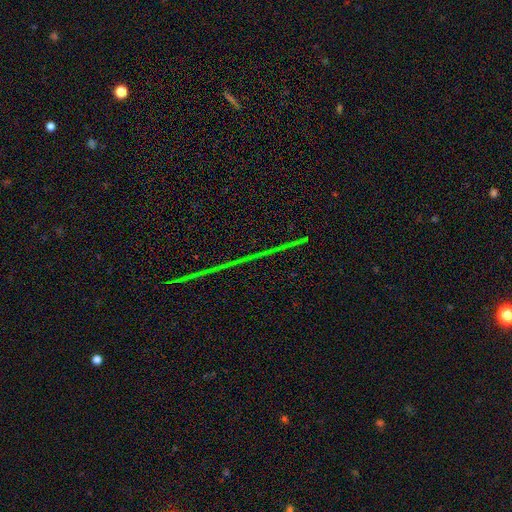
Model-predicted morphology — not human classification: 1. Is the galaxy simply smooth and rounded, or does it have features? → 79% star or artifact, 12% featured or disk, 9% smooth.